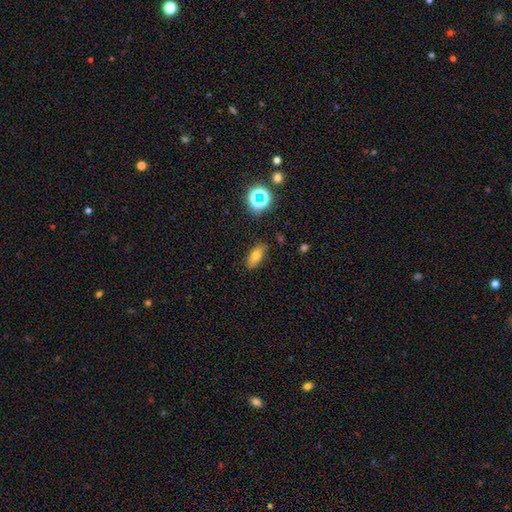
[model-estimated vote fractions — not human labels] Smooth or featured? smooth (70%)
How rounded? in between (78%)
Merging? none (85%)